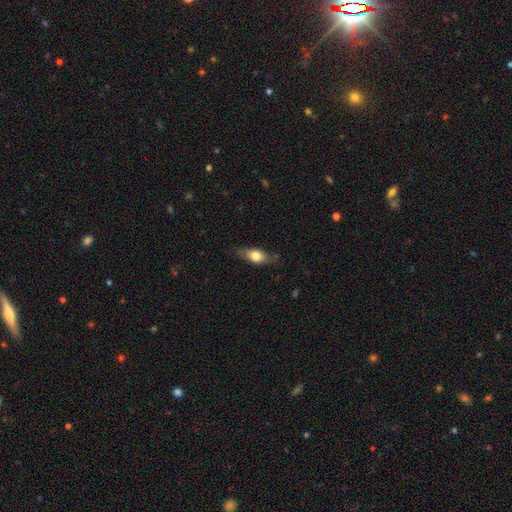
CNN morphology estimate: This is likely a smooth galaxy (68%). How rounded: likely in between (74%). Merging: likely none (74%).